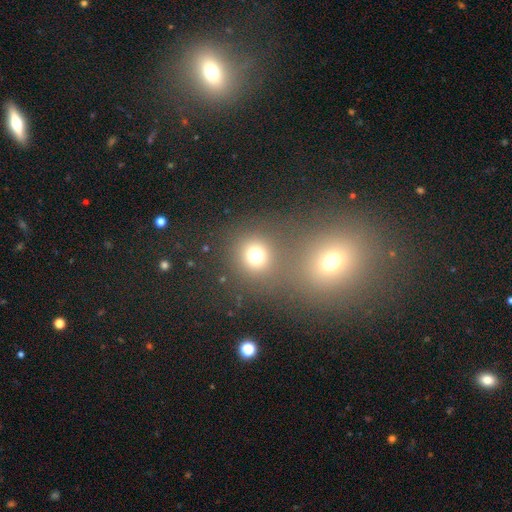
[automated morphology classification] The model was most divided on "merging": none: 67%, merger: 21%, minor disturbance: 7%, major disturbance: 5%. More confident: how rounded — round (89%); smooth or featured — smooth (70%).